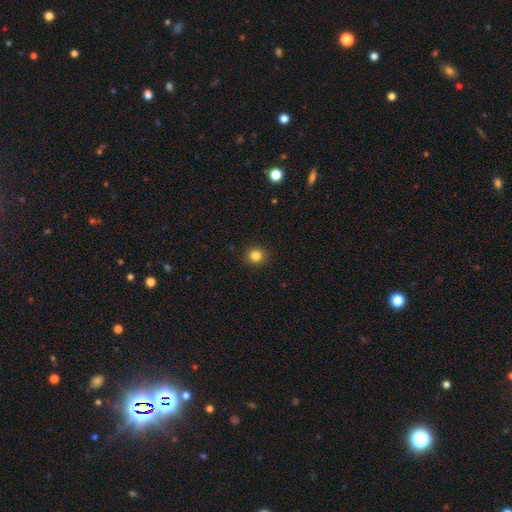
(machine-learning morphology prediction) This appears to be a smooth galaxy with no disk features (84%) that is round (92%). Merging: none (92%).